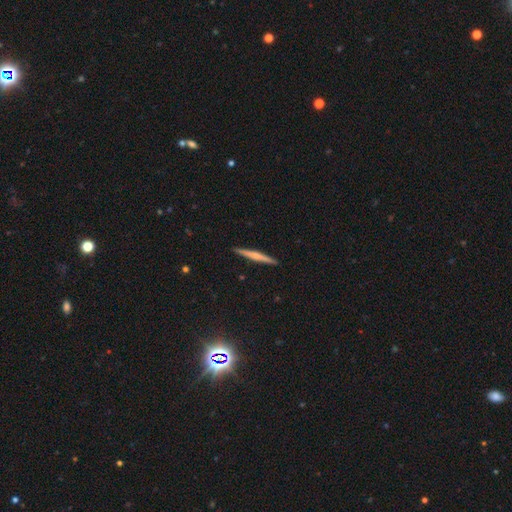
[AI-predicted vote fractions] Q: Smooth or featured?
A: featured or disk (51%); runner-up: smooth (43%)
Q: Edge-on disk?
A: yes (98%); runner-up: no (2%)
Q: Edge-on bulge?
A: rounded (48%); runner-up: none (40%)
Q: Merging?
A: none (92%); runner-up: minor disturbance (5%)